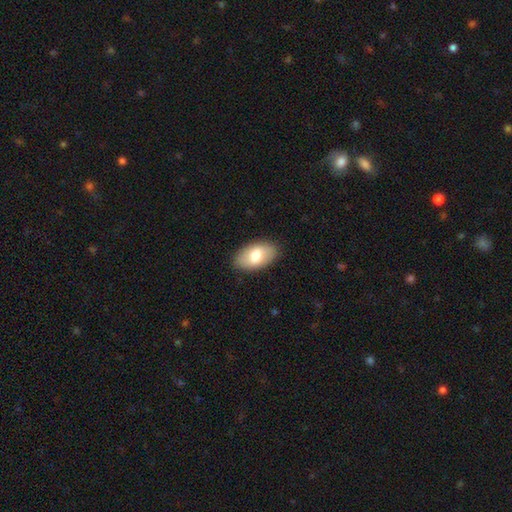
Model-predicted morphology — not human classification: Q: Smooth or featured?
A: smooth (73%); runner-up: featured or disk (21%)
Q: How rounded?
A: in between (94%); runner-up: round (4%)
Q: Merging?
A: none (88%); runner-up: minor disturbance (9%)